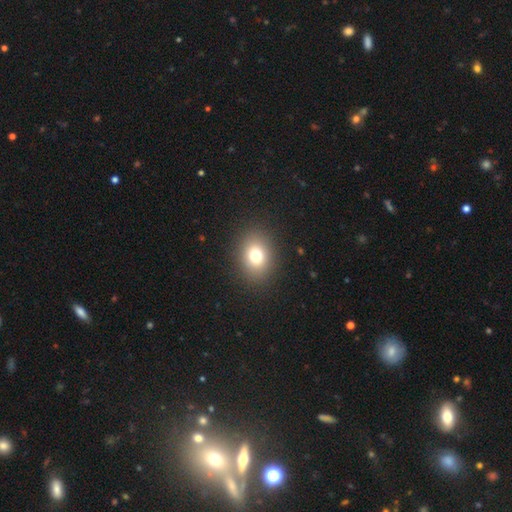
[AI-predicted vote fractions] Overall: smooth (75%). How rounded: in between (50%; round 49%). Merging: none (89%).